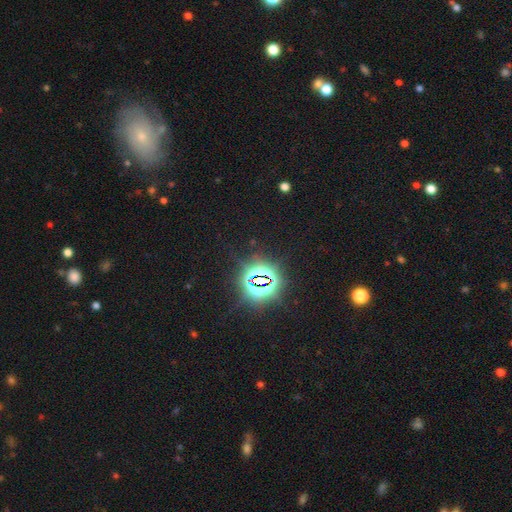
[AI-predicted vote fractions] Morphology: type=star or artifact (78%).